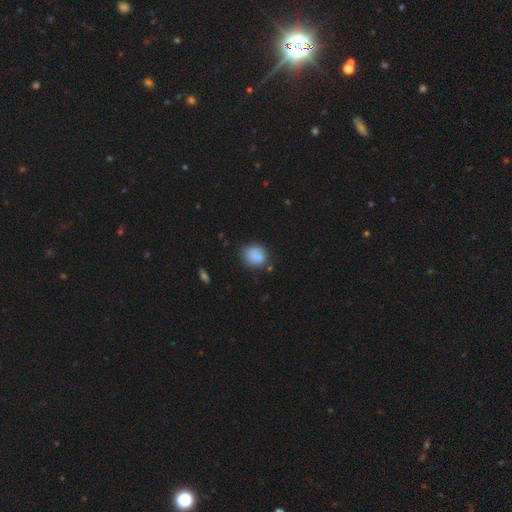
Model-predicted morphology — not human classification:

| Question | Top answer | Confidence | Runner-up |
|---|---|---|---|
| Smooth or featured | smooth | 85% | star or artifact (9%) |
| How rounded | round | 63% | in between (36%) |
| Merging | none | 72% | minor disturbance (19%) |